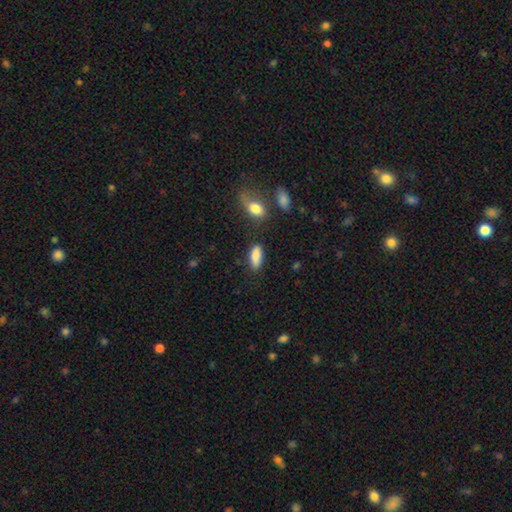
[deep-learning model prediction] smooth_or_featured: smooth (p=0.87) [alt: star or artifact p=0.07]
how_rounded: in between (p=0.80) [alt: cigar-shaped p=0.17]
merging: none (p=0.75) [alt: minor disturbance p=0.15]